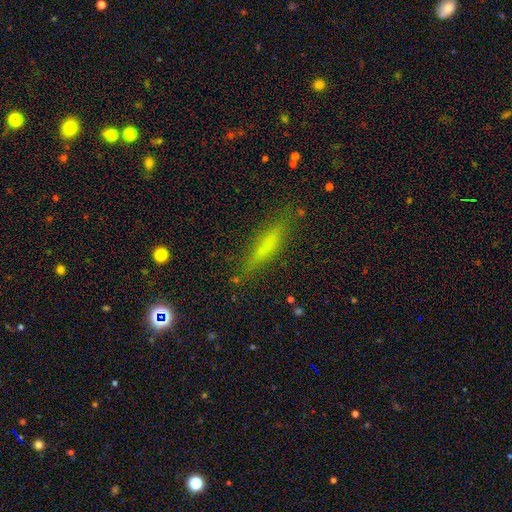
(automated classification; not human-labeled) smooth-or-featured: smooth: 52% | featured or disk: 29% | star or artifact: 18%
  how-rounded: cigar-shaped: 85% | in between: 13% | round: 2%
  merging: none: 80% | minor disturbance: 13% | major disturbance: 4% | merger: 2%